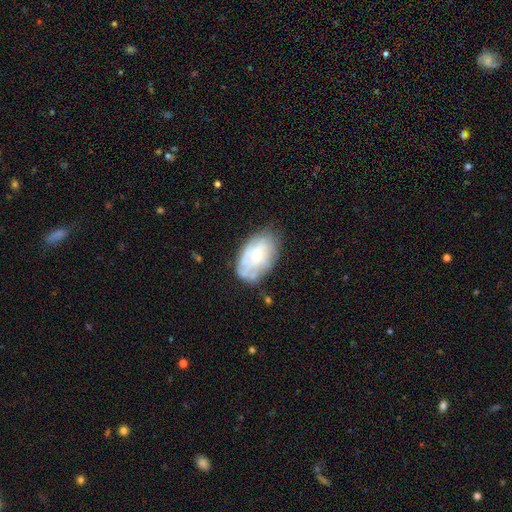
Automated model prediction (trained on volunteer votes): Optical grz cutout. It shows a featured or disk galaxy (54%) with no bar (76%), no spiral arms (53%) and a small central bulge (53%). Merging: none (62%).